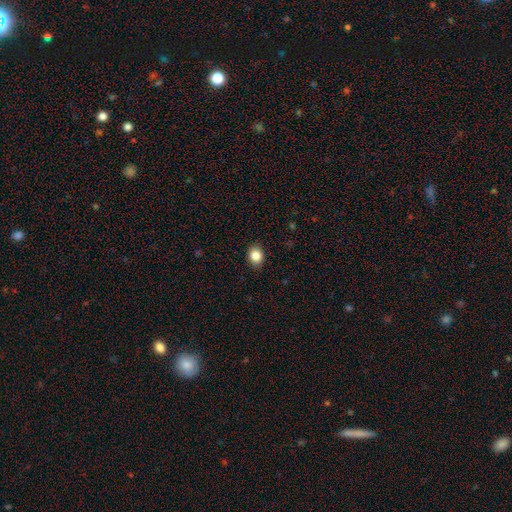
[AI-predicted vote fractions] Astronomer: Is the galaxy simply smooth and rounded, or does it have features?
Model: smooth — 85%.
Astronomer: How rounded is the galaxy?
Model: in between — 51% (runner-up: round, 48%).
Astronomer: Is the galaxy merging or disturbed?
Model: none — 87%.